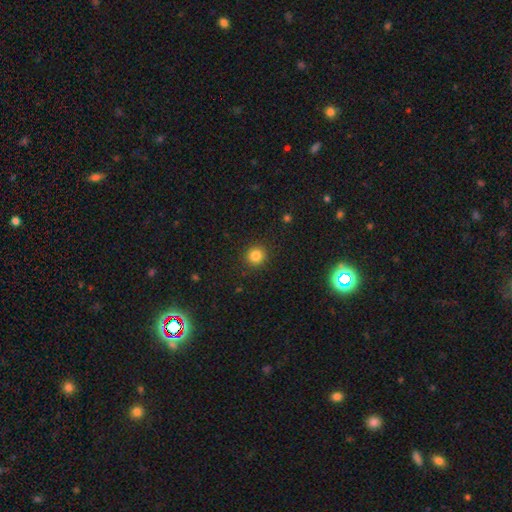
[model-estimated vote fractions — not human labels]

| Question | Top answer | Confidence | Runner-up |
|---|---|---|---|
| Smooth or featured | smooth | 84% | star or artifact (12%) |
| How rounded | round | 93% | in between (6%) |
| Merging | none | 91% | minor disturbance (6%) |